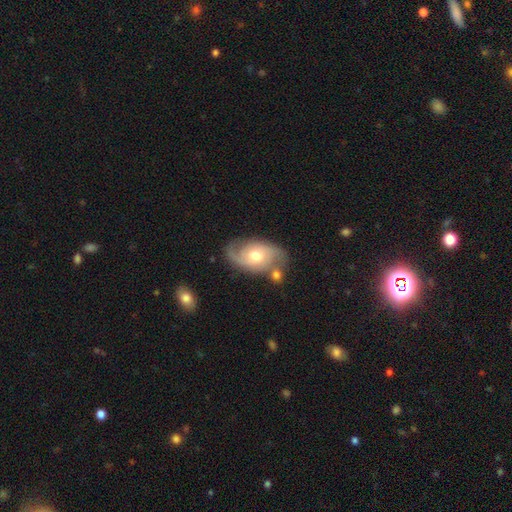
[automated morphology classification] featured or disk 73%, smooth 21%, star or artifact 6%. Down the decision tree: edge-on disk — no (95%); bar — no (71%); spiral arms — yes (89%); spiral arm count — 2 (80%); spiral winding — medium (44%); bulge size — moderate (74%); merging — none (61%).